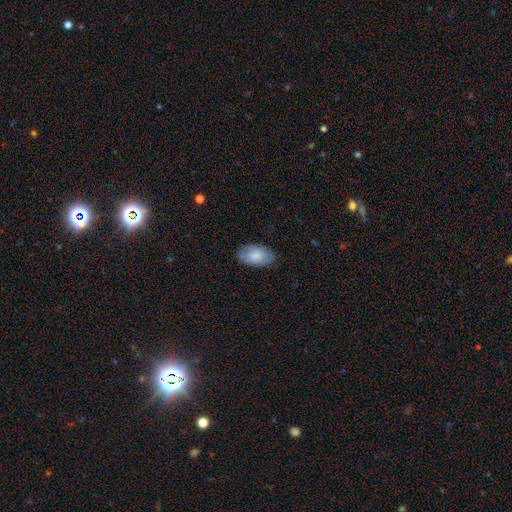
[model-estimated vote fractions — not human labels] Morphology: type=smooth (81%); roundness=in between (94%); merging=none (80%).